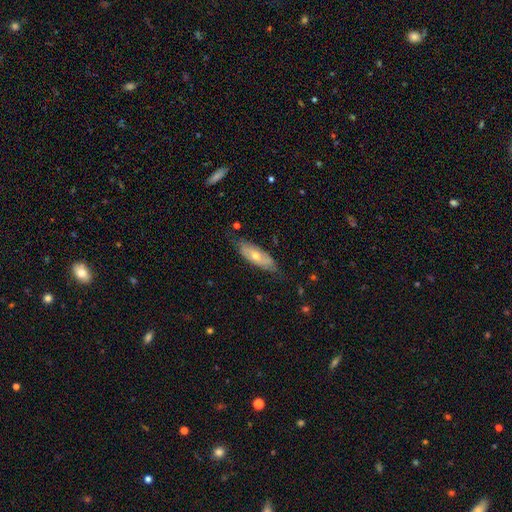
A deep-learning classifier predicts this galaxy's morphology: featured or disk 49%, smooth 45%, star or artifact 7%. Down the decision tree: merging — none (73%).